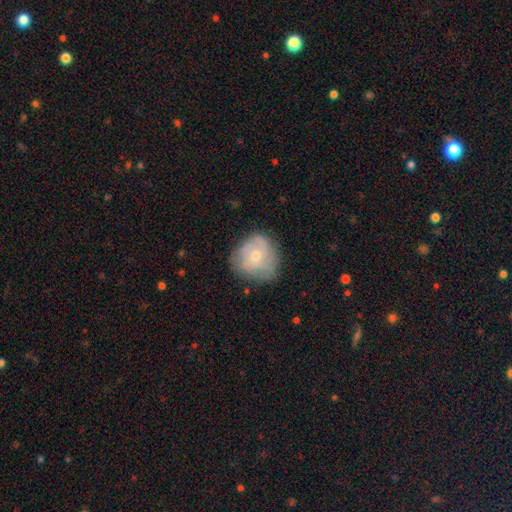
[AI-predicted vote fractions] Smooth or featured: smooth — 48% (featured or disk — 44%)
Merging: none — 66% (minor disturbance — 24%)